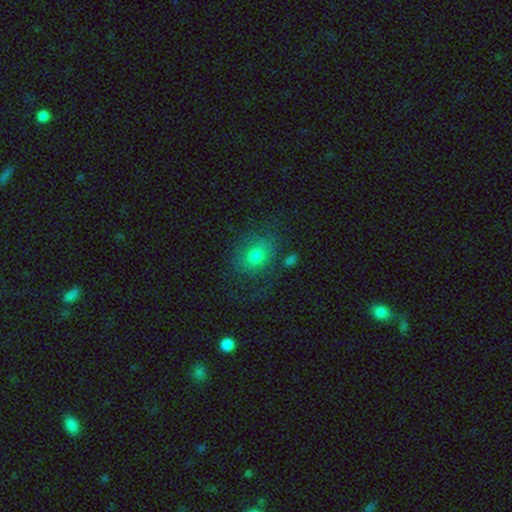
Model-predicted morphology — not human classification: This is likely a smooth galaxy (68%). How rounded: possibly round (59%). Merging: possibly none (55%).